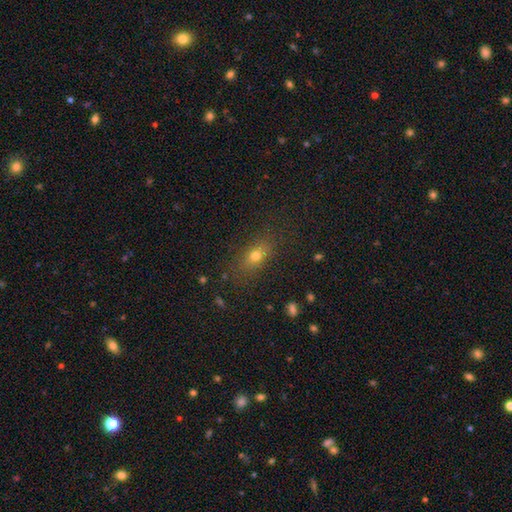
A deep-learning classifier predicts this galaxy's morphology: Smooth or featured: smooth — 71% (star or artifact — 15%)
How rounded: in between — 69% (round — 20%)
Merging: none — 80% (minor disturbance — 13%)